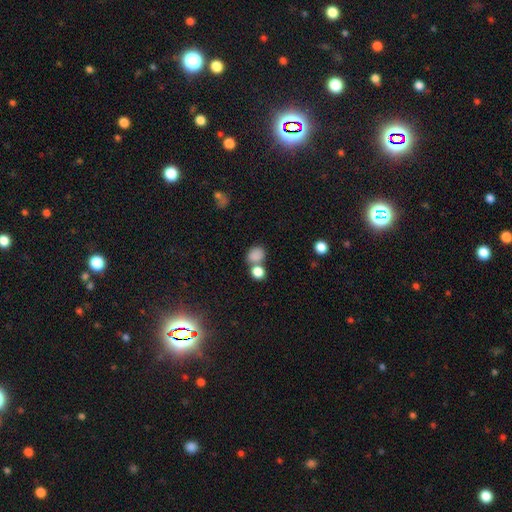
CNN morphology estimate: Smooth or featured? smooth (83%)
How rounded? round (53%)
Merging? none (51%)